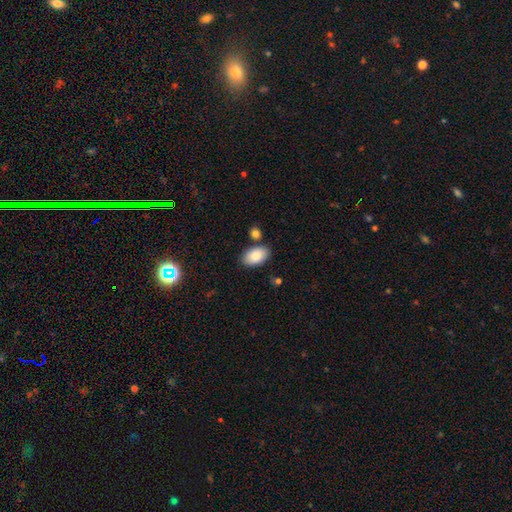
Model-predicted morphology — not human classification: A smooth galaxy with no disk features (86%) that is in between round and cigar-shaped (94%).

Vote fractions:
- Smooth or featured? smooth: 86% / featured or disk: 8% / star or artifact: 6%
- How rounded? in between: 94% / round: 5% / cigar-shaped: 1%
- Merging? none: 81% / minor disturbance: 11% / merger: 6% / major disturbance: 2%